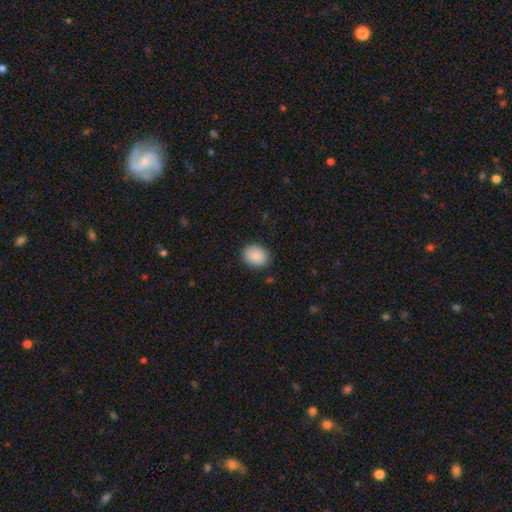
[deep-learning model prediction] Q: Smooth or featured?
A: smooth (89%); runner-up: star or artifact (7%)
Q: How rounded?
A: in between (63%); runner-up: round (37%)
Q: Merging?
A: none (88%); runner-up: minor disturbance (9%)